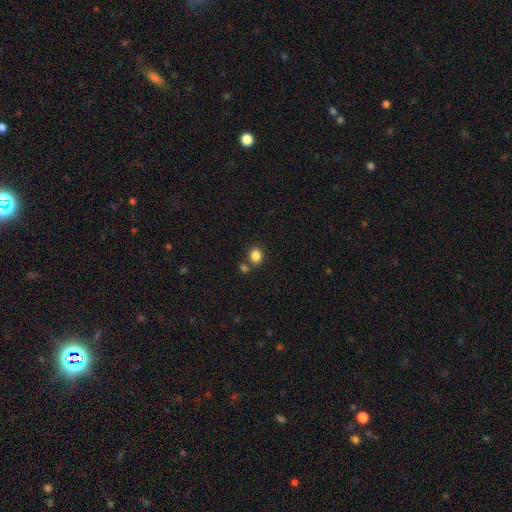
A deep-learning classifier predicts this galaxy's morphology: The model was most divided on "how rounded": round: 66%, in between: 33%, cigar-shaped: 1%. More confident: smooth or featured — smooth (85%); merging — none (72%).